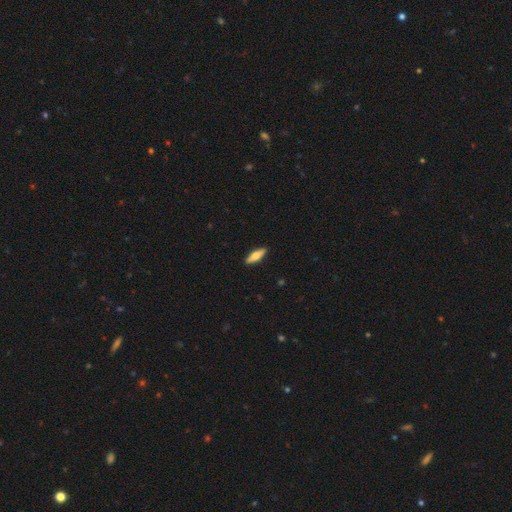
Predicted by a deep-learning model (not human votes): This is possibly a smooth galaxy (50%). Merging: clearly none (91%).